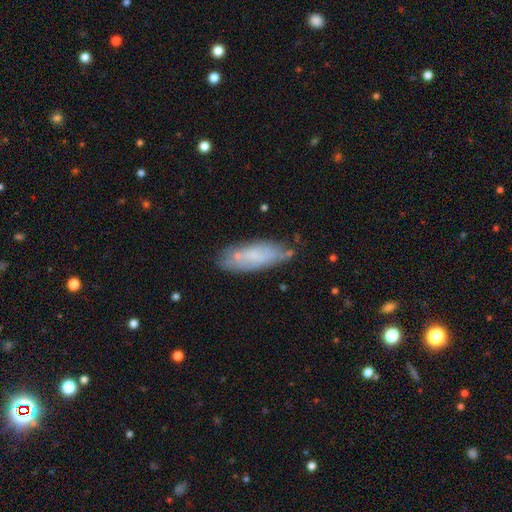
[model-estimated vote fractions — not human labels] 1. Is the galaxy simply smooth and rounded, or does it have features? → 62% smooth, 31% featured or disk, 7% star or artifact.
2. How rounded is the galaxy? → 66% in between, 33% cigar-shaped, 2% round.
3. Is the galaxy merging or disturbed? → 60% none, 26% minor disturbance, 7% major disturbance, 6% merger.